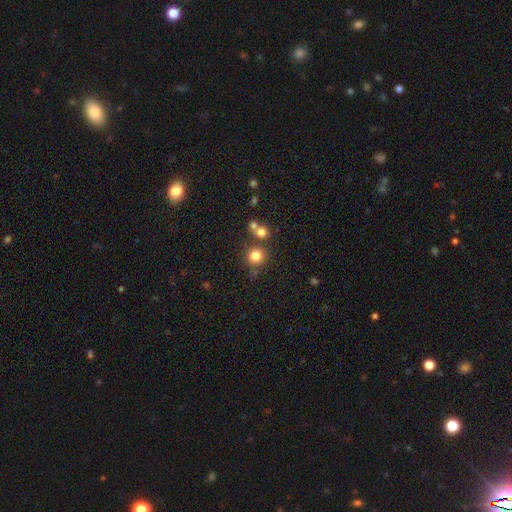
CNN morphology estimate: type=smooth (79%); roundness=round (91%); merging=none (71%).